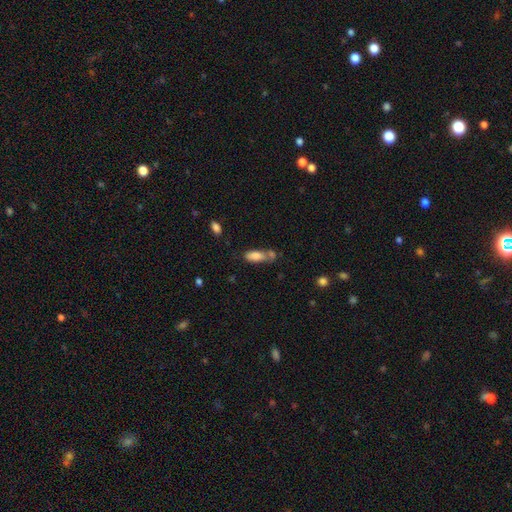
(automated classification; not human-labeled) smooth_or_featured: smooth (p=0.80) [alt: featured or disk p=0.12]
how_rounded: in between (p=0.77) [alt: cigar-shaped p=0.21]
merging: merger (p=0.38) [alt: none p=0.36]